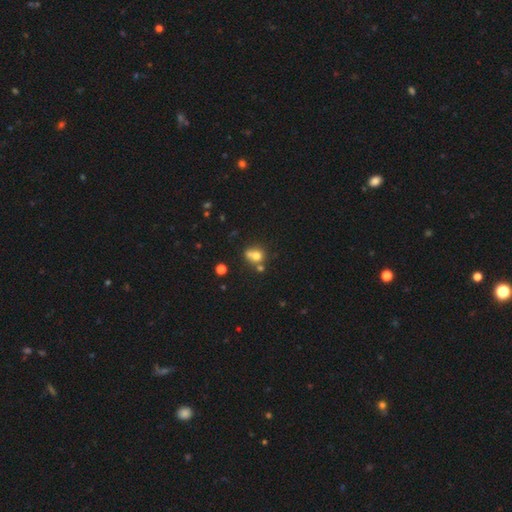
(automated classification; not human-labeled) Smooth or featured?
  - smooth: 70% *
  - featured or disk: 16%
  - star or artifact: 14%
How rounded?
  - round: 70% *
  - in between: 28%
  - cigar-shaped: 1%
Merging?
  - merger: 42% *
  - none: 38%
  - minor disturbance: 14%
  - major disturbance: 7%